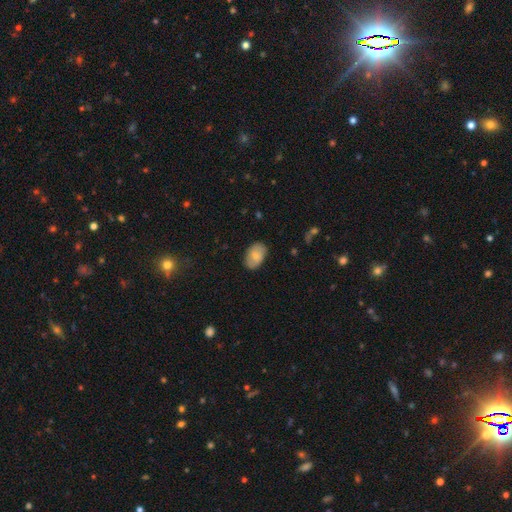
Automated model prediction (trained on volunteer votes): This appears to be a smooth galaxy with no disk features (73%) that is in between round and cigar-shaped (90%). Merging: none (82%).